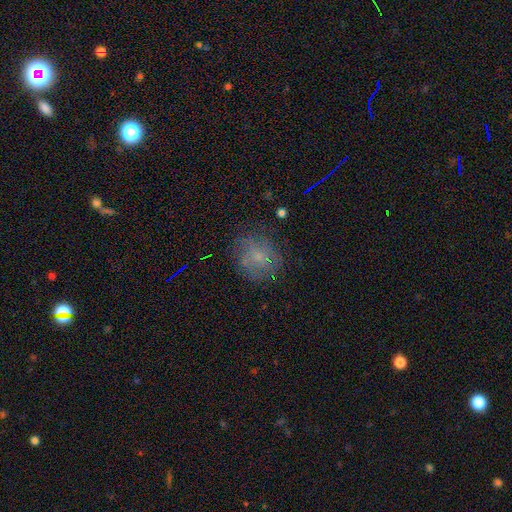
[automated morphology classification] The model was most divided on "smooth or featured": smooth: 55%, featured or disk: 30%, star or artifact: 15%. More confident: merging — none (70%); how rounded — round (70%).